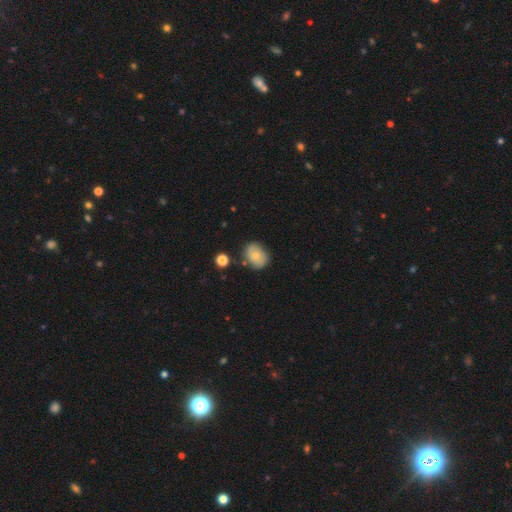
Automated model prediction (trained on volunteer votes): smooth-or-featured: smooth: 68% | featured or disk: 23% | star or artifact: 9%
  how-rounded: in between: 60% | round: 39% | cigar-shaped: 1%
  merging: none: 69% | minor disturbance: 23% | major disturbance: 5% | merger: 4%